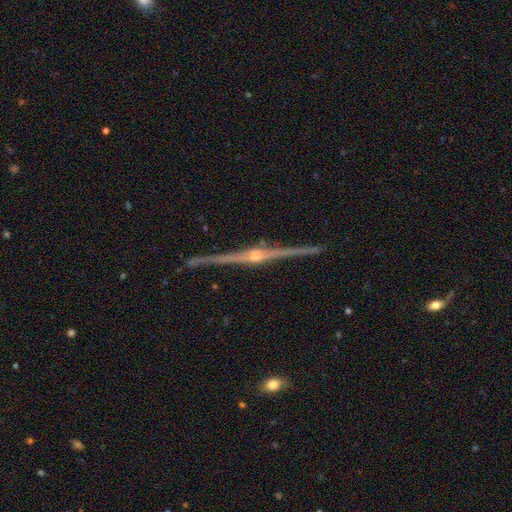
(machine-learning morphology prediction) smooth-or-featured: featured or disk: 91% | star or artifact: 5% | smooth: 4%
  disk-edge-on: yes: 99% | no: 1%
    edge-on-bulge: rounded: 91% | boxy: 5% | none: 4%
  merging: none: 92% | minor disturbance: 6% | merger: 1% | major disturbance: 1%